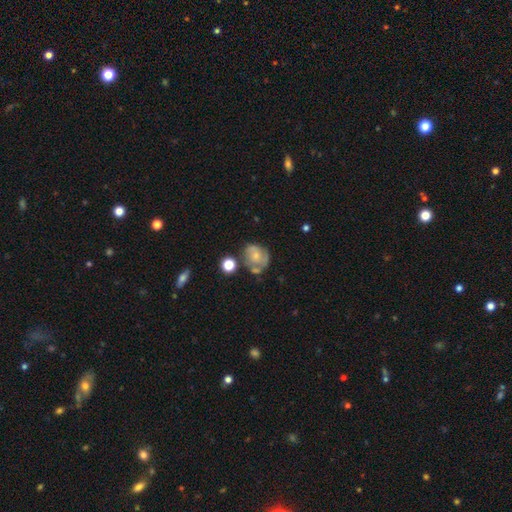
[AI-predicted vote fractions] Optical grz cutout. It shows a featured or disk galaxy (49%). Merging: none (41%).